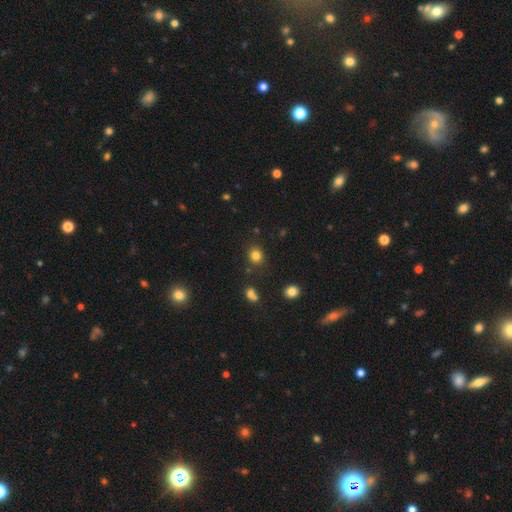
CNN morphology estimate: This appears to be a smooth galaxy with no disk features (82%) that is round (76%). Merging: none (84%).